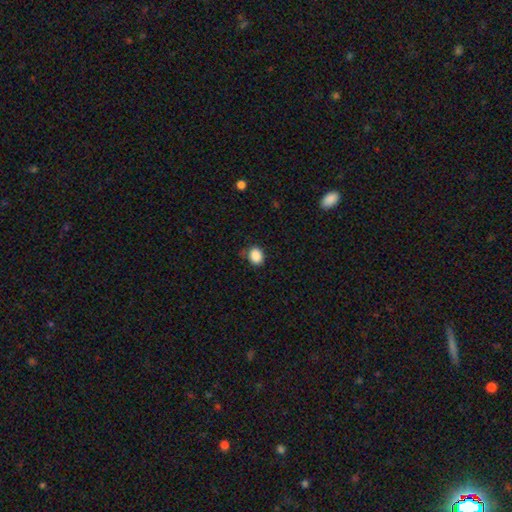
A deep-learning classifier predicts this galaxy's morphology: smooth 88%, star or artifact 9%, featured or disk 3%. Down the decision tree: how rounded — round (51%); merging — none (76%).